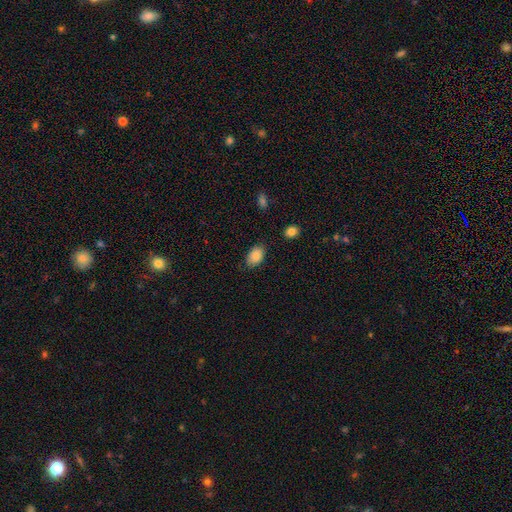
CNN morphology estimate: Smooth or featured? smooth (86%)
How rounded? in between (87%)
Merging? none (80%)